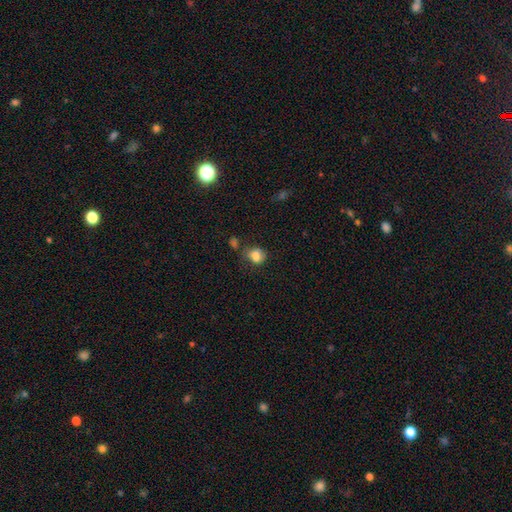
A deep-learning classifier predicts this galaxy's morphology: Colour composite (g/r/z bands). It shows a smooth galaxy with no disk features (80%) that is round (53%). Merging: none (49%).